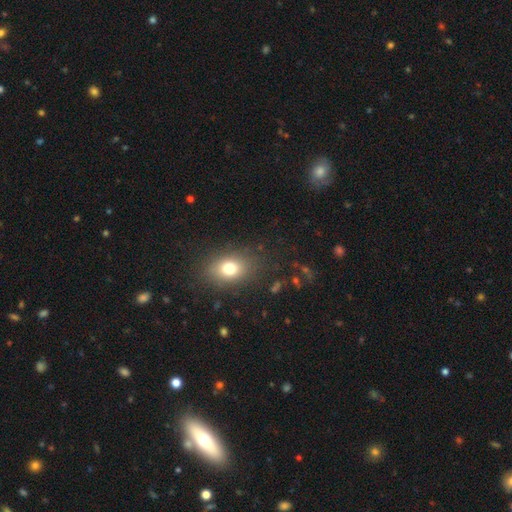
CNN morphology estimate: The model was most divided on "how rounded": in between: 66%, round: 31%, cigar-shaped: 3%. More confident: merging — none (83%); smooth or featured — smooth (66%).